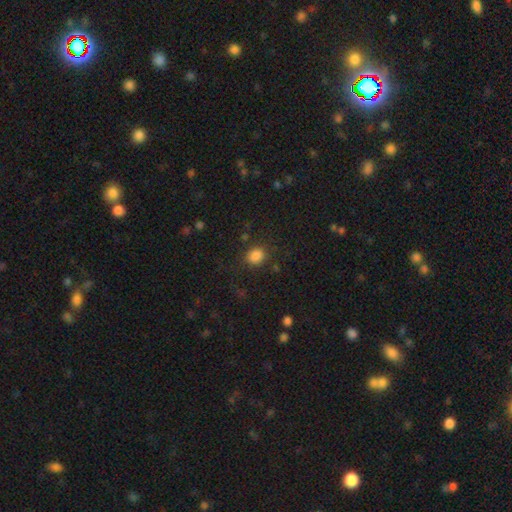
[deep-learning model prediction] Smooth or featured? smooth (85%)
How rounded? round (64%)
Merging? none (82%)